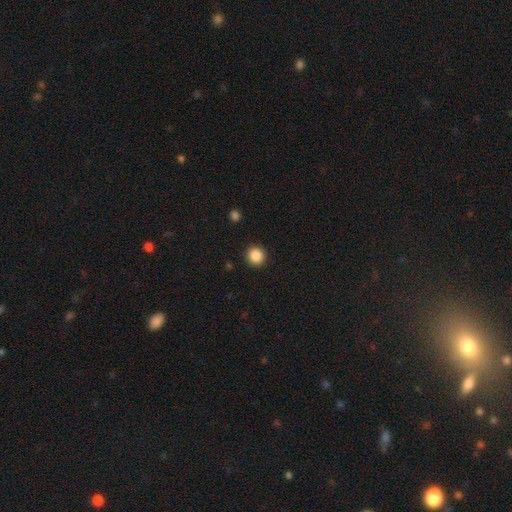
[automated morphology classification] A smooth galaxy with no disk features (87%) that is round (93%).

Vote fractions:
- Smooth or featured? smooth: 87% / star or artifact: 10% / featured or disk: 3%
- How rounded? round: 93% / in between: 6% / cigar-shaped: 1%
- Merging? none: 92% / minor disturbance: 5% / major disturbance: 2% / merger: 1%